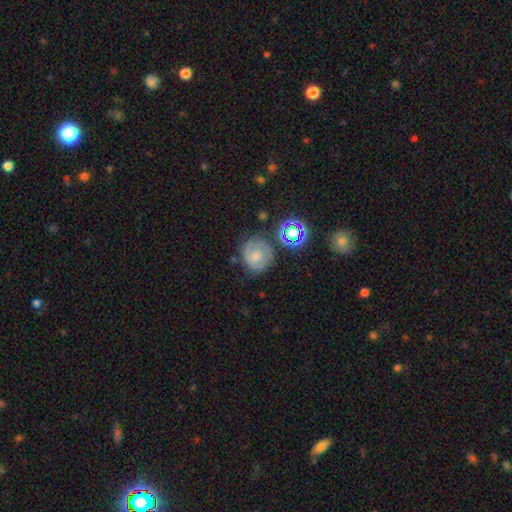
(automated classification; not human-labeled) This is marginally a smooth galaxy (44%). Merging: likely none (65%).